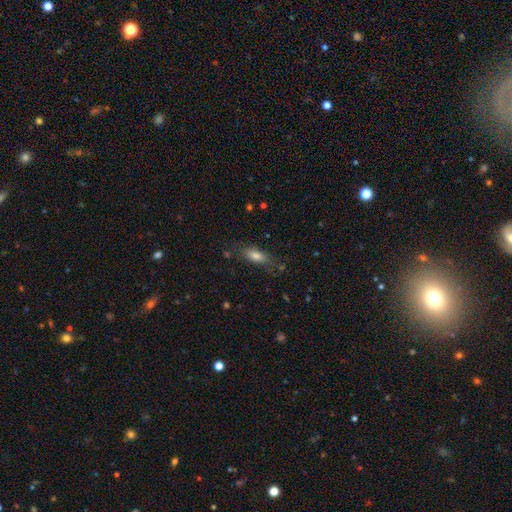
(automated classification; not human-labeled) Smooth or featured? Predicted: smooth (p=0.73). How rounded? Predicted: in between (p=0.68). Merging? Predicted: none (p=0.70).